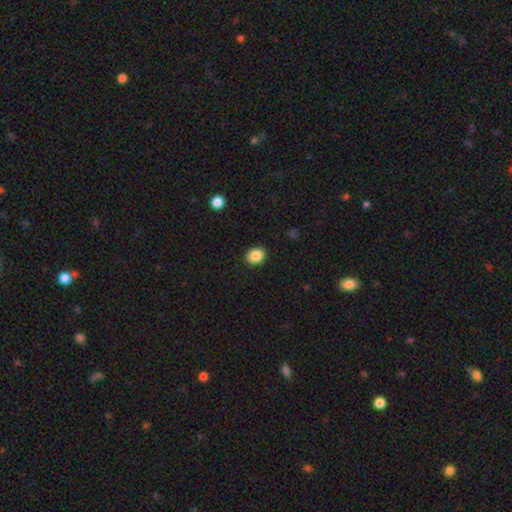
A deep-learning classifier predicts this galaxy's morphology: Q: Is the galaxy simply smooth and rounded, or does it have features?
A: smooth — 87%.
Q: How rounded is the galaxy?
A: round — 57%.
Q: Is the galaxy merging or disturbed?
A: none — 90%.